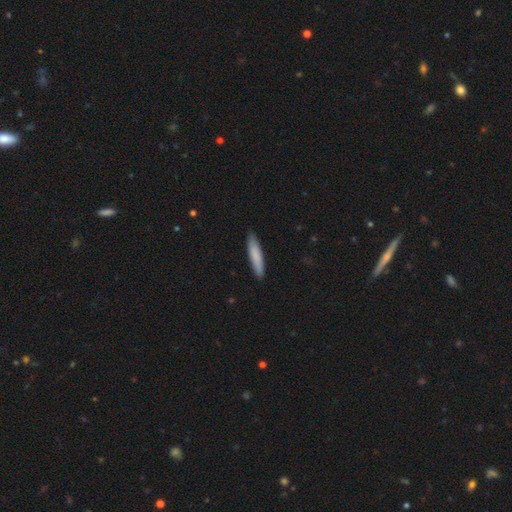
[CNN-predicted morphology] A smooth galaxy with no disk features (82%) that is cigar-shaped (86%). Merging: none (89%).